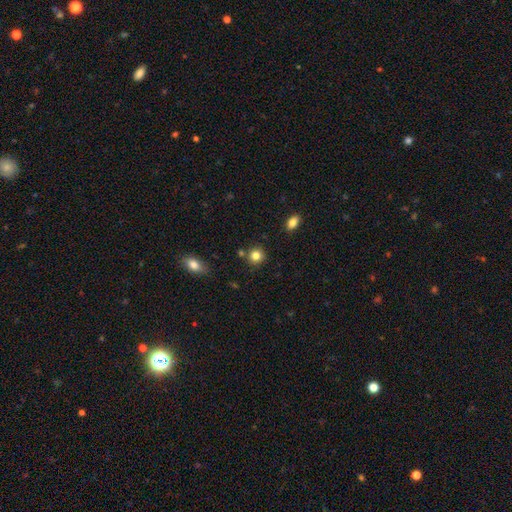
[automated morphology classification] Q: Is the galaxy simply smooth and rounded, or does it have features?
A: smooth — 83%.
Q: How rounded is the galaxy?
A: round — 89%.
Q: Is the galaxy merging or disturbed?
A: none — 82%.